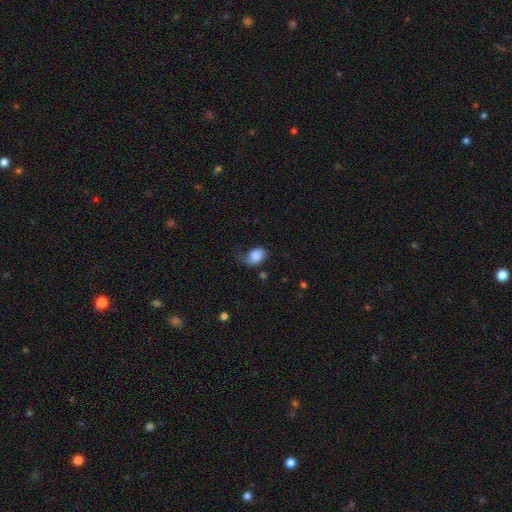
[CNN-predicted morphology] Smooth or featured?
  - smooth: 76% *
  - featured or disk: 16%
  - star or artifact: 8%
How rounded?
  - in between: 73% *
  - round: 26%
  - cigar-shaped: 1%
Merging?
  - minor disturbance: 34% *
  - major disturbance: 32%
  - none: 32%
  - merger: 3%